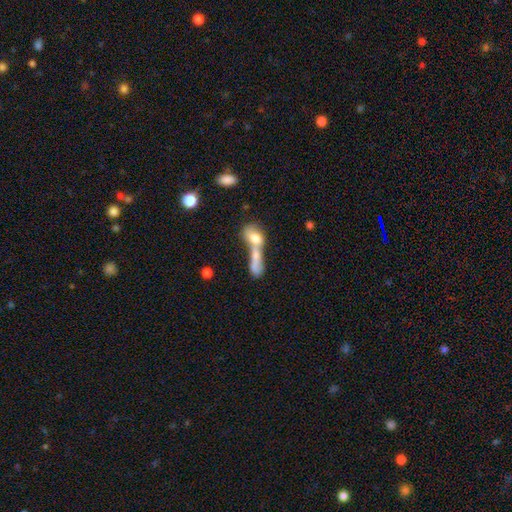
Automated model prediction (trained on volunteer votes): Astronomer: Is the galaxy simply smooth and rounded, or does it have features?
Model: smooth — 52% (runner-up: featured or disk, 33%).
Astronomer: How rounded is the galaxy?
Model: cigar-shaped — 41% (runner-up: in between, 40%).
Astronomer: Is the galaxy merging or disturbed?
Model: merger — 63%.